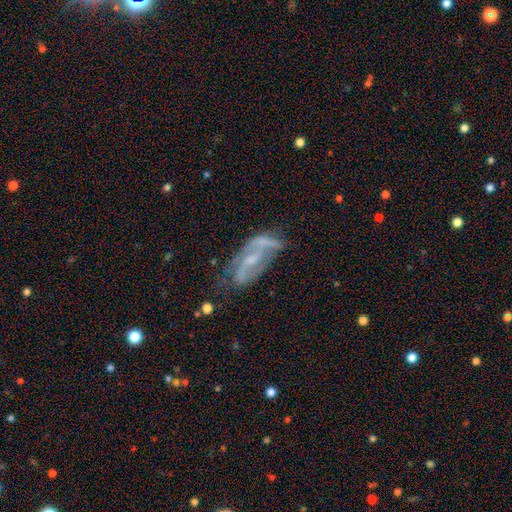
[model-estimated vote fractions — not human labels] smooth_or_featured: featured or disk (p=0.67) [alt: smooth p=0.18]
disk_edge_on: no (p=0.87) [alt: yes p=0.13]
bar: no (p=0.49) [alt: weak p=0.35]
has_spiral_arms: yes (p=0.68) [alt: no p=0.32]
bulge_size: small (p=0.62) [alt: moderate p=0.24]
merging: none (p=0.52) [alt: minor disturbance p=0.22]